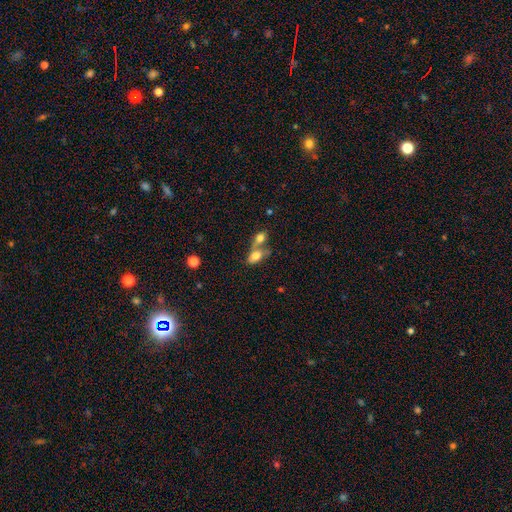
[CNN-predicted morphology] Smooth or featured? Predicted: smooth (p=0.75). How rounded? Predicted: in between (p=0.85). Merging? Predicted: merger (p=0.66).